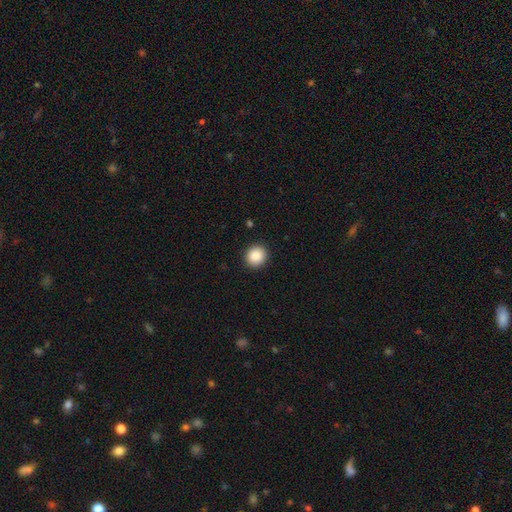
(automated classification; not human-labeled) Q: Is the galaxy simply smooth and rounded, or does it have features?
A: smooth — 89%.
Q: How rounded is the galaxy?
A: round — 87%.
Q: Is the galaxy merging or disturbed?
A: none — 91%.